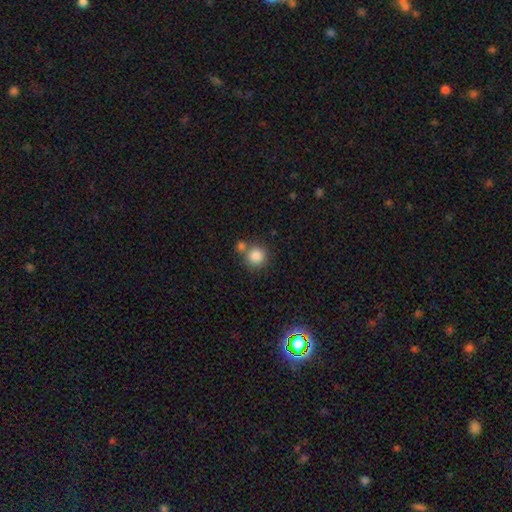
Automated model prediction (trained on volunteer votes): The model was most divided on "merging": none: 65%, merger: 22%, minor disturbance: 9%, major disturbance: 3%. More confident: how rounded — round (92%); smooth or featured — smooth (85%).